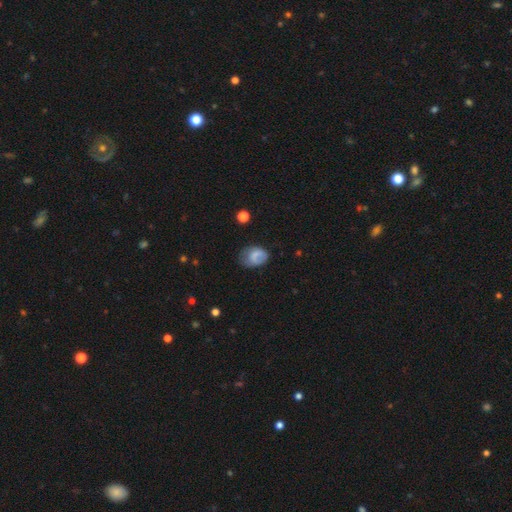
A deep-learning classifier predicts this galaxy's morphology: A smooth galaxy with no disk features (68%) that is in between round and cigar-shaped (72%). Merging: none (48%).